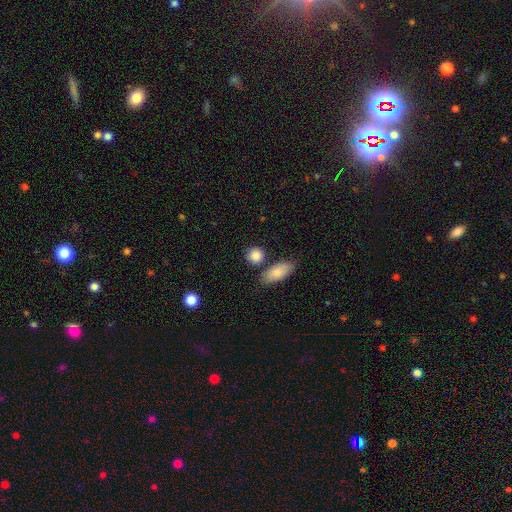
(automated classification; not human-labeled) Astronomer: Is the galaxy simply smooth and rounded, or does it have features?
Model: smooth — 87%.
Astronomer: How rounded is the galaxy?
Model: round — 76%.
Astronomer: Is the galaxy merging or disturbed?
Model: none — 77%.